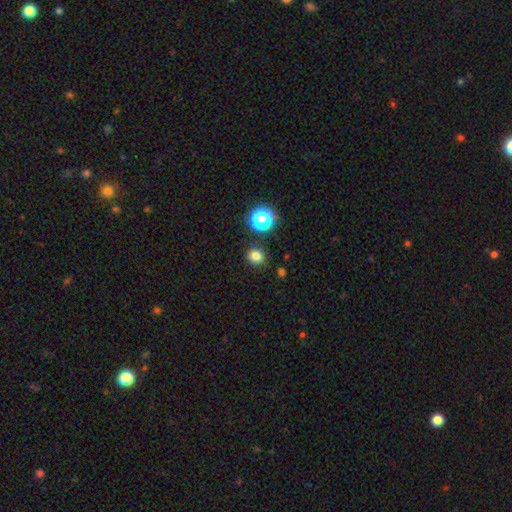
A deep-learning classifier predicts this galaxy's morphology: Smooth or featured: smooth — 78% (star or artifact — 17%)
How rounded: round — 73% (in between — 26%)
Merging: none — 87% (minor disturbance — 8%)